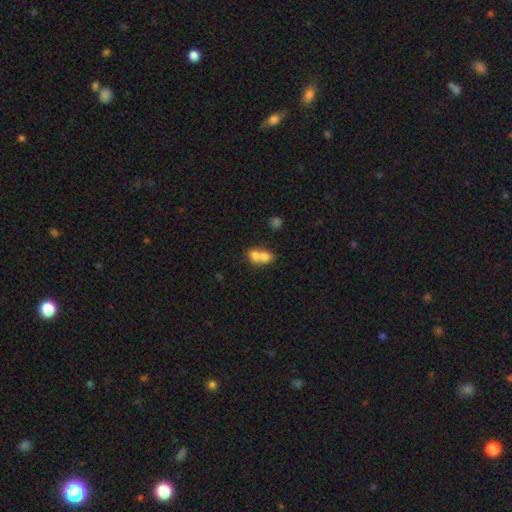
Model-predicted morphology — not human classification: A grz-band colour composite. It shows a smooth galaxy with no disk features (70%) that is round (52%). Merging: merger (74%).